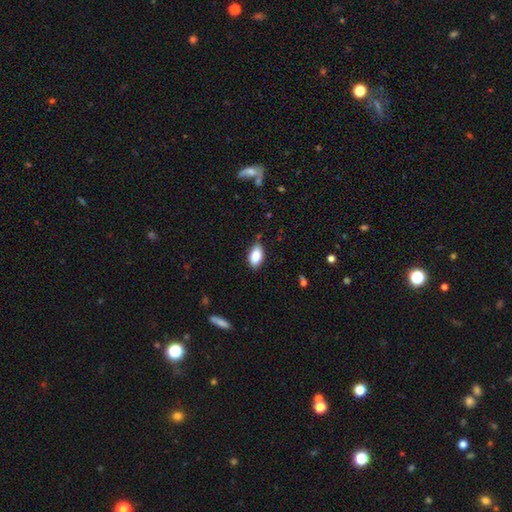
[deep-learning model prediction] smooth_or_featured: smooth (p=0.84) [alt: featured or disk p=0.09]
how_rounded: in between (p=0.92) [alt: round p=0.05]
merging: none (p=0.84) [alt: minor disturbance p=0.13]